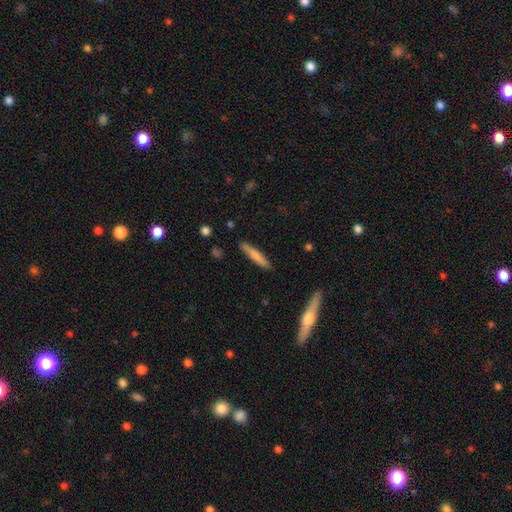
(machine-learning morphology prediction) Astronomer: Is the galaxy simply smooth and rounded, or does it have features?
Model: smooth — 71%.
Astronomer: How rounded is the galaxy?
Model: cigar-shaped — 92%.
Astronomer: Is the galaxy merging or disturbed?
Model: none — 88%.